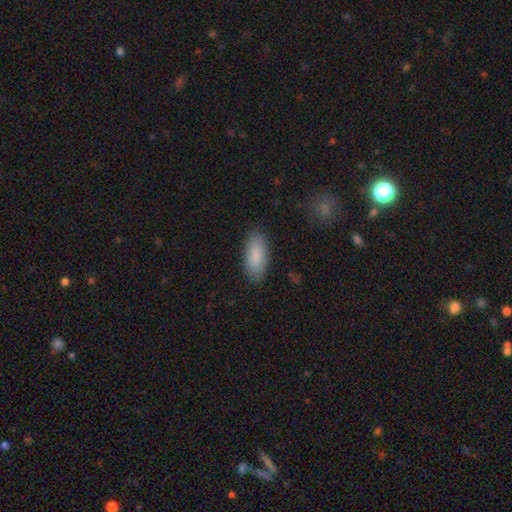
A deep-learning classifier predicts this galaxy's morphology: smooth_or_featured: smooth (p=0.87) [alt: featured or disk p=0.07]
how_rounded: in between (p=0.86) [alt: cigar-shaped p=0.12]
merging: none (p=0.86) [alt: minor disturbance p=0.10]